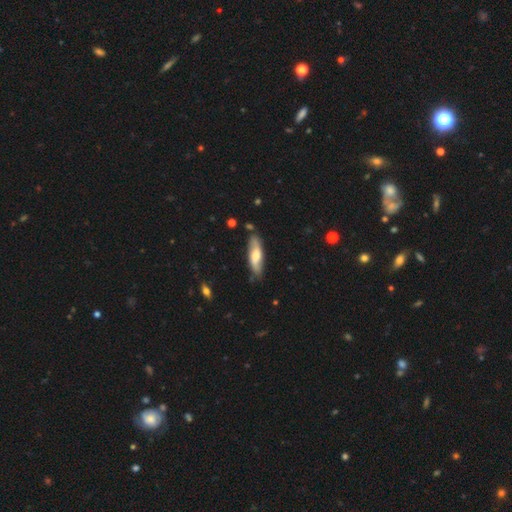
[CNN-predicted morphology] Smooth or featured? smooth (54%)
How rounded? cigar-shaped (51%)
Merging? none (78%)